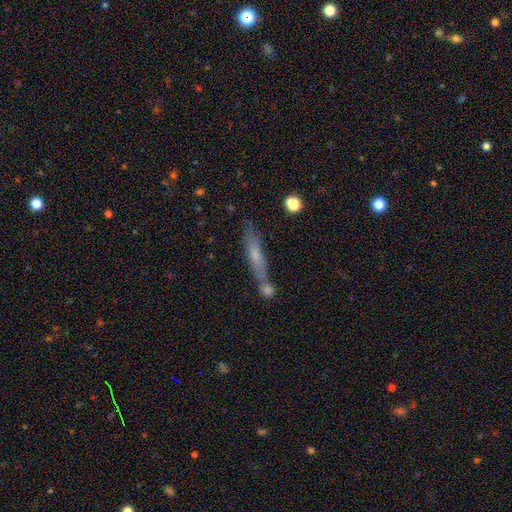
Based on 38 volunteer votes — smooth 53%, featured or disk 39%, star or artifact 8%. Down the decision tree: how rounded — cigar-shaped (95%); merging — none (63%).